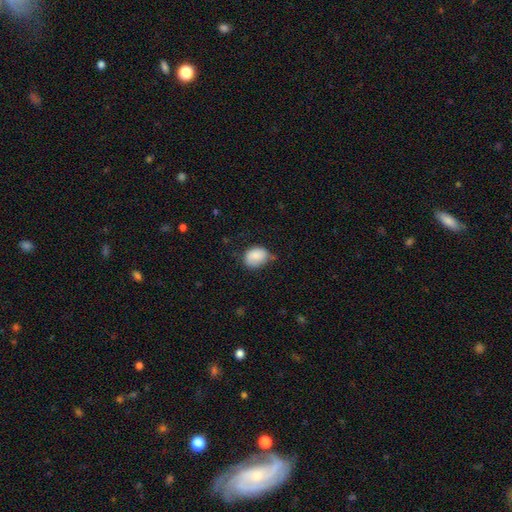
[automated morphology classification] smooth 85%, featured or disk 8%, star or artifact 7%. Down the decision tree: how rounded — in between (65%); merging — none (50%).